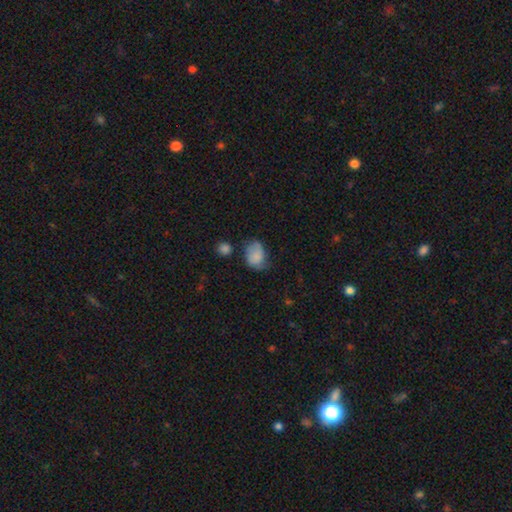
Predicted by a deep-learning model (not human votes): This appears to be a smooth galaxy with no disk features (78%) that is in between round and cigar-shaped (72%). Merging: none (43%).